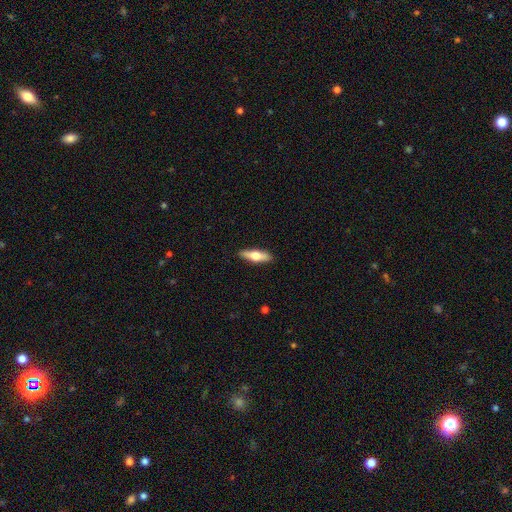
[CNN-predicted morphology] This is possibly a smooth galaxy (54%). How rounded: possibly cigar-shaped (52%). Merging: clearly none (89%).